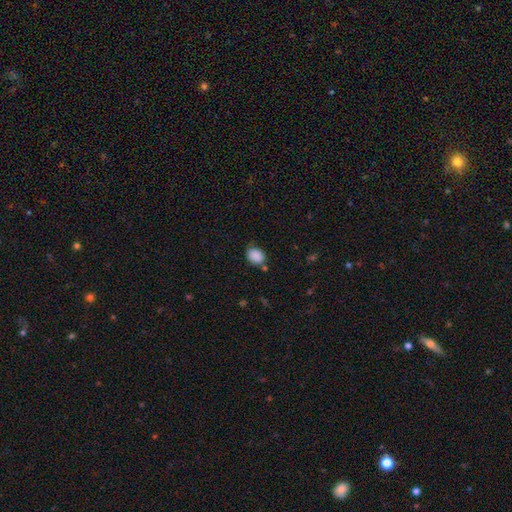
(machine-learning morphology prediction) A smooth galaxy with no disk features (88%) that is in between round and cigar-shaped (59%). Merging: none (68%).